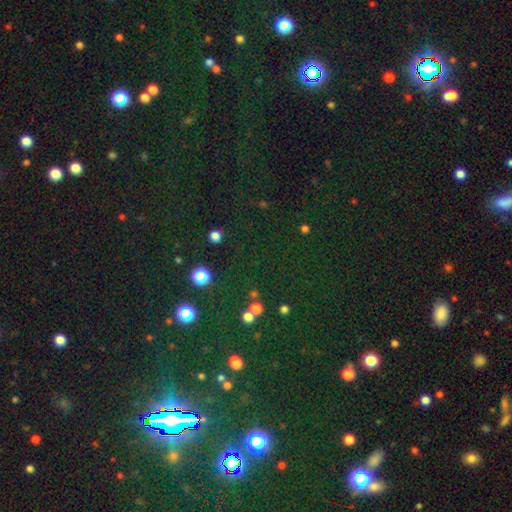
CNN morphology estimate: This appears to be a star or artifact, not a galaxy (76%).